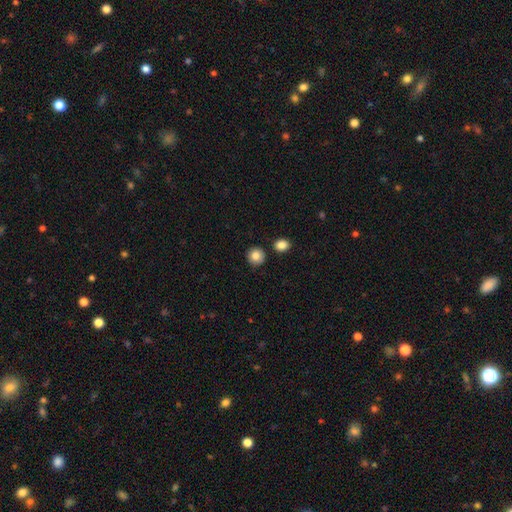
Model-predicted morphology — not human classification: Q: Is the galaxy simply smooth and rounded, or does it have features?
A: smooth — 85%.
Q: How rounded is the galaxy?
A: round — 92%.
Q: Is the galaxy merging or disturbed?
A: none — 87%.